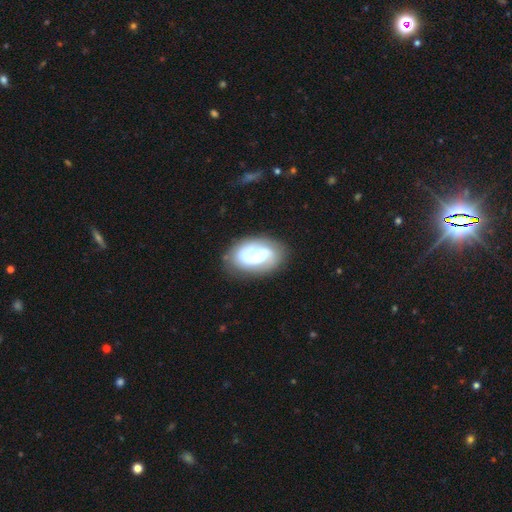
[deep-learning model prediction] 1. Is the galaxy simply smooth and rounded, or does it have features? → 74% featured or disk, 20% smooth, 6% star or artifact.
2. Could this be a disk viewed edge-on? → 97% no, 3% yes.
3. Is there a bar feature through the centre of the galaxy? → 49% no, 38% weak, 13% strong.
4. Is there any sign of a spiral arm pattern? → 89% yes, 11% no.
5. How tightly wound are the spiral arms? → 41% medium, 36% tight, 23% loose.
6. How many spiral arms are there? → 62% 2, 20% 1, 11% can't tell, 4% 3, 1% 4, 1% more than 4.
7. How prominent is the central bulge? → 44% moderate, 31% small, 15% large, 8% none, 3% dominant.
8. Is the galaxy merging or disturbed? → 69% none, 18% minor disturbance, 10% major disturbance, 4% merger.